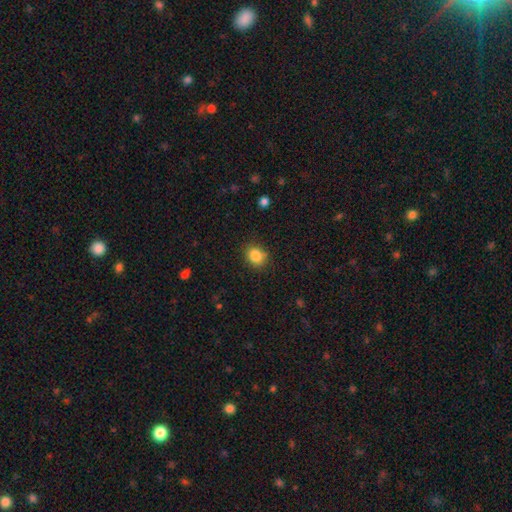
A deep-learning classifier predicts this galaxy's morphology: Smooth or featured? Predicted: smooth (p=0.85). How rounded? Predicted: round (p=0.60). Merging? Predicted: none (p=0.84).